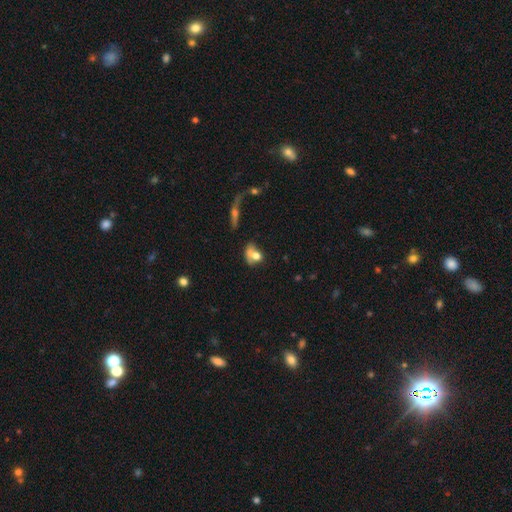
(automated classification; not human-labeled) This is likely a smooth galaxy (64%). How rounded: possibly in between (56%). Merging: marginally merger (39%).